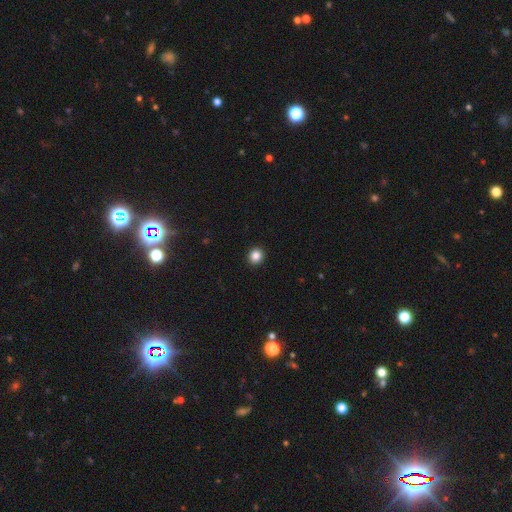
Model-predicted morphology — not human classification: smooth-or-featured: smooth: 86% | star or artifact: 10% | featured or disk: 4%
  how-rounded: round: 88% | in between: 11% | cigar-shaped: 1%
  merging: none: 93% | minor disturbance: 4% | major disturbance: 1% | merger: 1%